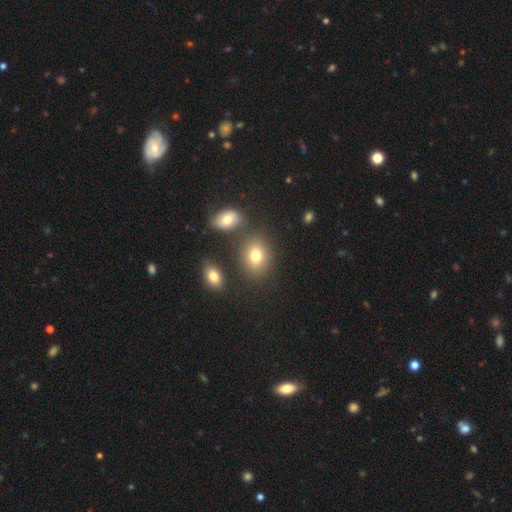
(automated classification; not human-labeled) Smooth or featured? smooth (78%)
How rounded? in between (53%)
Merging? none (75%)